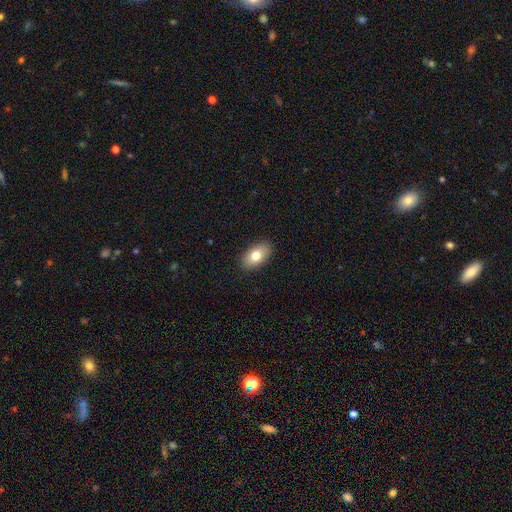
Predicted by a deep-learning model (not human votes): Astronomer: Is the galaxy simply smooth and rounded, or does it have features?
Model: smooth — 77%.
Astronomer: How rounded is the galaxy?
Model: in between — 92%.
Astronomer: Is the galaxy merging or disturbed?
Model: none — 89%.